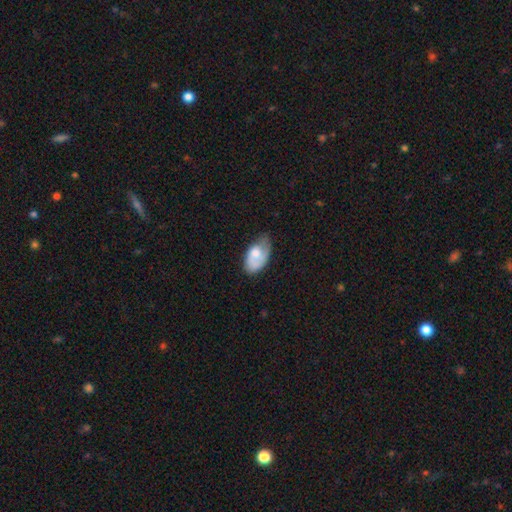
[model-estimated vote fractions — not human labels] smooth 60%, featured or disk 34%, star or artifact 6%. Down the decision tree: how rounded — in between (93%); merging — none (41%).